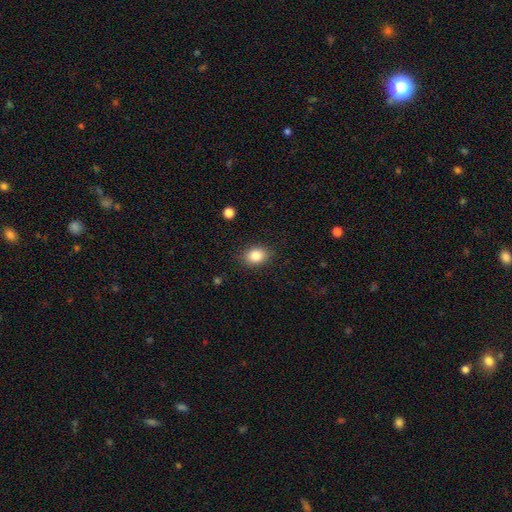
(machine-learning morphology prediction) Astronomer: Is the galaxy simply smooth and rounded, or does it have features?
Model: smooth — 85%.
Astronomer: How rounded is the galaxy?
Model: in between — 60% (runner-up: round, 39%).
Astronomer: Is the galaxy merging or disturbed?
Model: none — 86%.